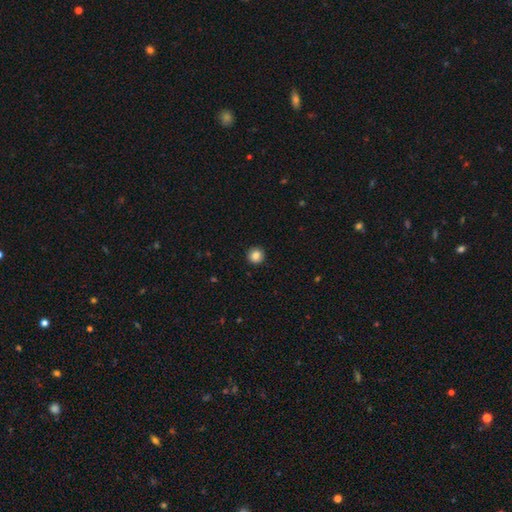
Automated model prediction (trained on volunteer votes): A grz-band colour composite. It shows a smooth galaxy with no disk features (85%) that is round (94%). Merging: none (92%).